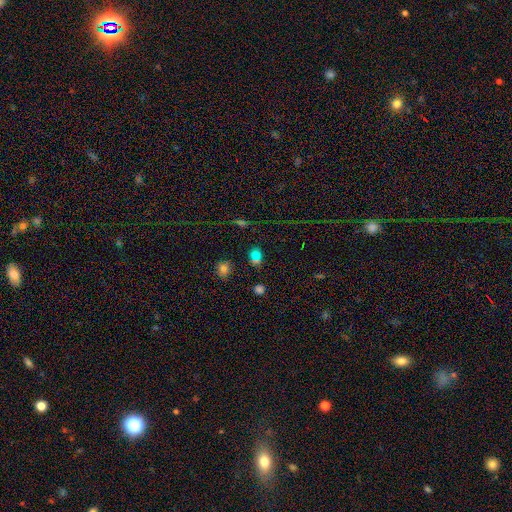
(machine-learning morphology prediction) This is likely a smooth galaxy (67%). How rounded: likely round (62%). Merging: likely none (65%).